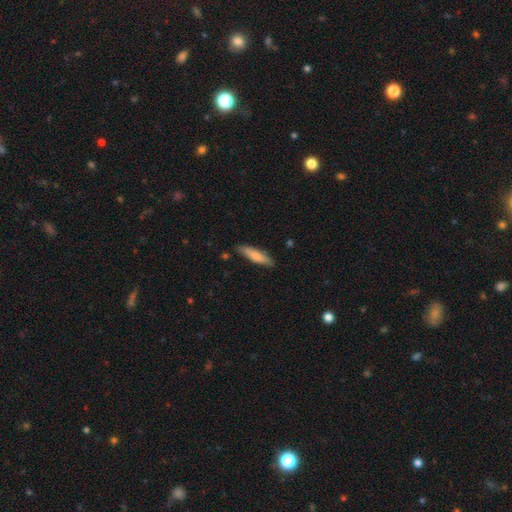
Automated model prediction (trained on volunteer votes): Smooth or featured: smooth — 76% (featured or disk — 18%)
How rounded: cigar-shaped — 74% (in between — 24%)
Merging: none — 83% (minor disturbance — 13%)